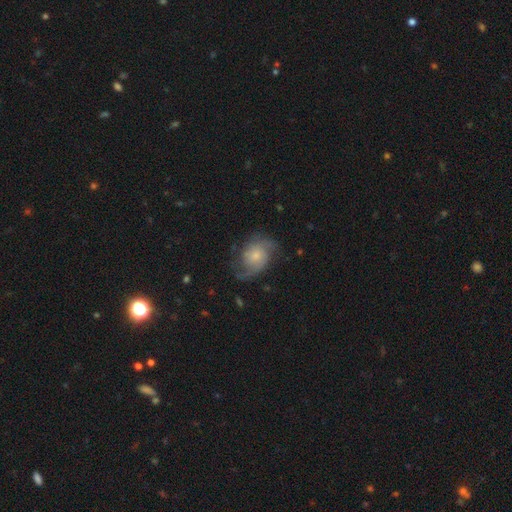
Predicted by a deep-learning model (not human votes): A featured or disk galaxy (73%) with no bar (73%), 2 (77%) medium (45%) spiral arms (93%) and a small central bulge (50%). Merging: none (64%).